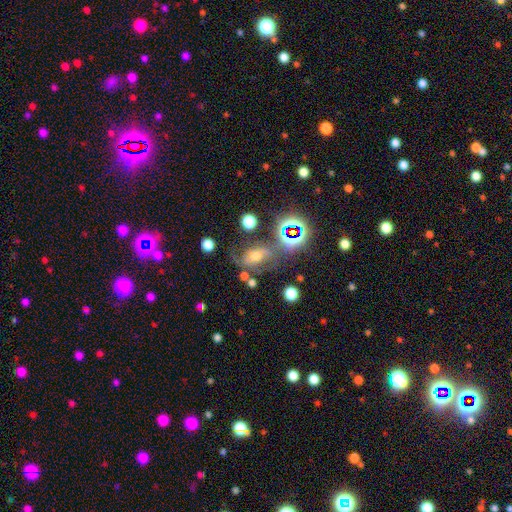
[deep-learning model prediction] smooth_or_featured: featured or disk (p=0.40) [alt: smooth p=0.31]
merging: none (p=0.49) [alt: minor disturbance p=0.21]